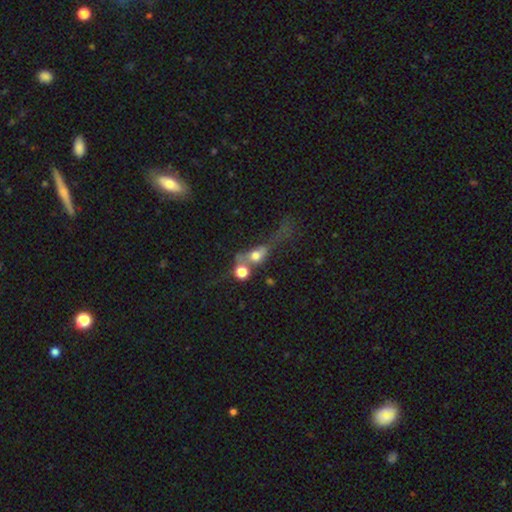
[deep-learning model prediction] Morphology: type=smooth (61%); roundness=round (51%); merging=merger (51%).